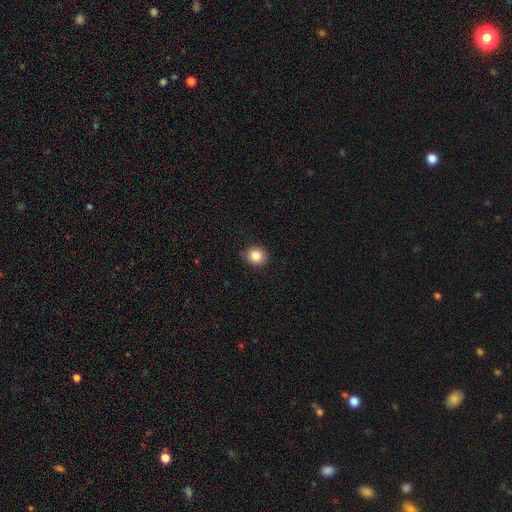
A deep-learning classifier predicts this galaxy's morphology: A smooth galaxy with no disk features (85%) that is round (86%).

Vote fractions:
- Smooth or featured? smooth: 85% / star or artifact: 10% / featured or disk: 5%
- How rounded? round: 86% / in between: 13% / cigar-shaped: 1%
- Merging? none: 85% / minor disturbance: 11% / major disturbance: 2% / merger: 1%